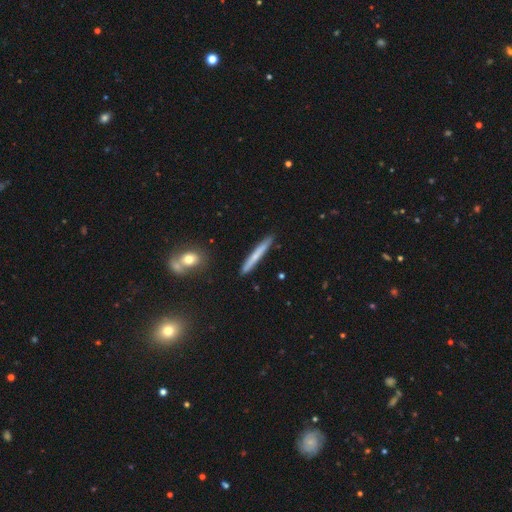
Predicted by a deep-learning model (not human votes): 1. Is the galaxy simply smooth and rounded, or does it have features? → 57% smooth, 36% featured or disk, 6% star or artifact.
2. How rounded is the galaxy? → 96% cigar-shaped, 2% in between, 1% round.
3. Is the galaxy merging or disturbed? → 89% none, 8% minor disturbance, 2% merger, 1% major disturbance.